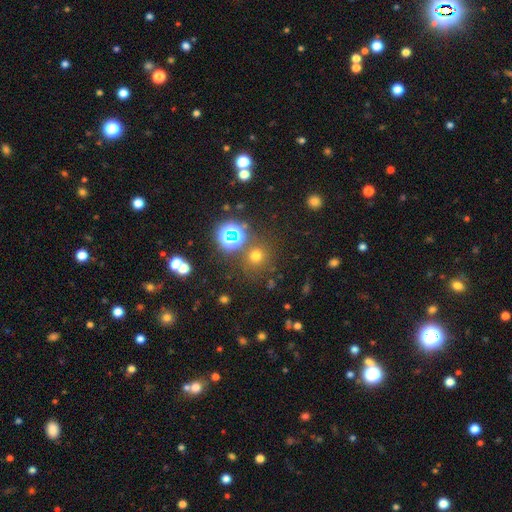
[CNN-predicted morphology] This appears to be a smooth galaxy with no disk features (60%) that is round (92%). Merging: none (80%).